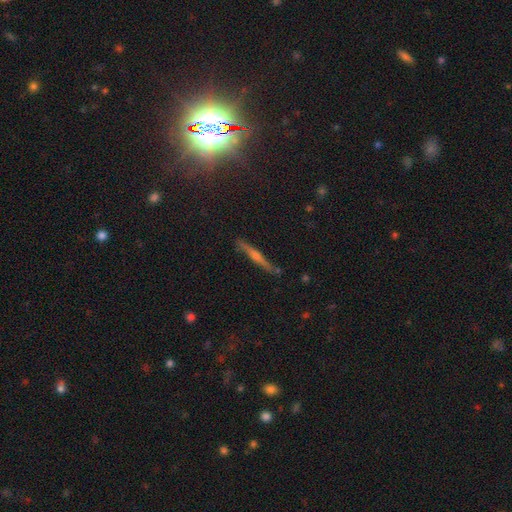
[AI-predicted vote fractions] A featured or disk galaxy (70%) viewed edge-on (97%) with a rounded central bulge (76%). Merging: none (87%).